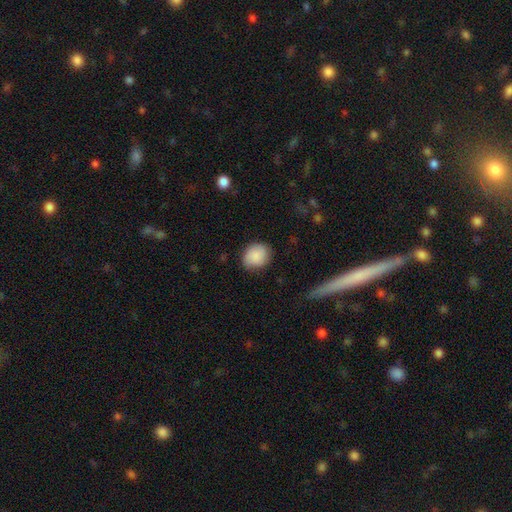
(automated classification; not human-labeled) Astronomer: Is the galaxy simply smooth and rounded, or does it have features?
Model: smooth — 88%.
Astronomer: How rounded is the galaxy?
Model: round — 69%.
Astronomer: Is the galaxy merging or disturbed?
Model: none — 81%.